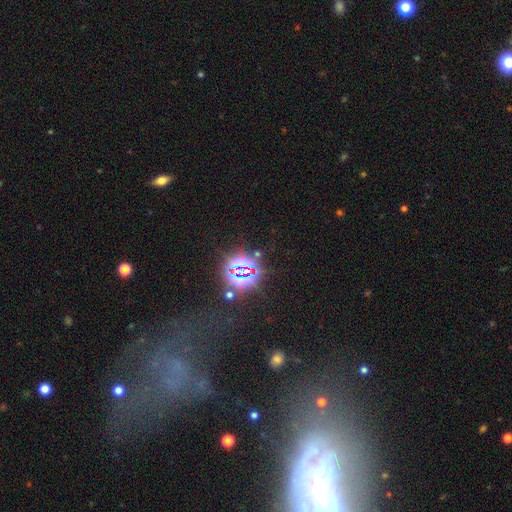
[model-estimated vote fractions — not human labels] smooth-or-featured: star or artifact: 78% | smooth: 14% | featured or disk: 8%